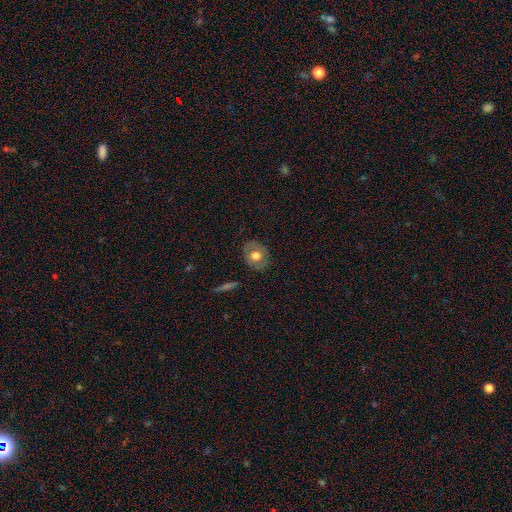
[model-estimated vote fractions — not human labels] Q: Smooth or featured?
A: smooth (56%); runner-up: featured or disk (36%)
Q: How rounded?
A: round (66%); runner-up: in between (33%)
Q: Merging?
A: none (83%); runner-up: minor disturbance (13%)